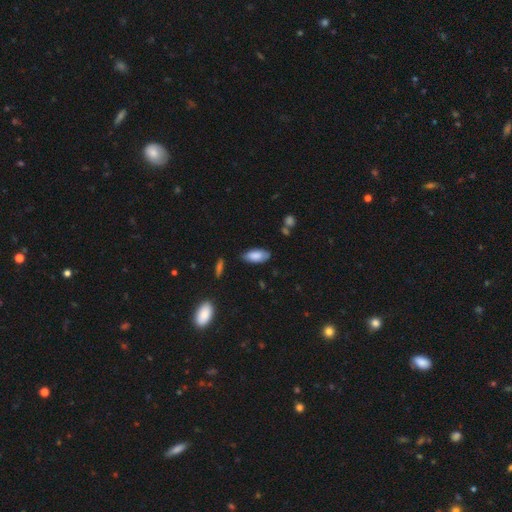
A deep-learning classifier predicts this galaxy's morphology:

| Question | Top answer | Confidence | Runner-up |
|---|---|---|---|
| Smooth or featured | smooth | 83% | featured or disk (10%) |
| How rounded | in between | 89% | cigar-shaped (10%) |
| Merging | none | 77% | minor disturbance (18%) |